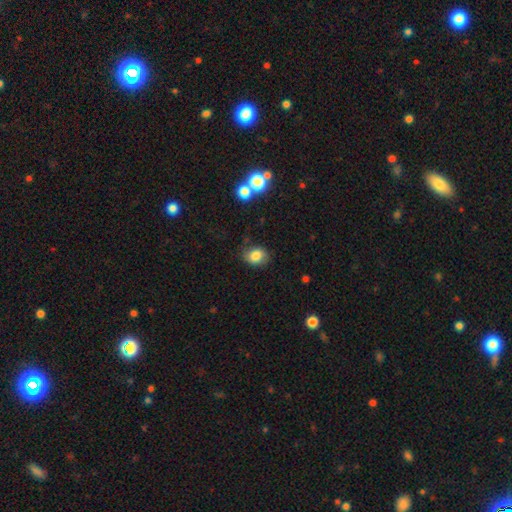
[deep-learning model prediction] smooth 81%, star or artifact 10%, featured or disk 9%. Down the decision tree: how rounded — in between (53%); merging — none (76%).